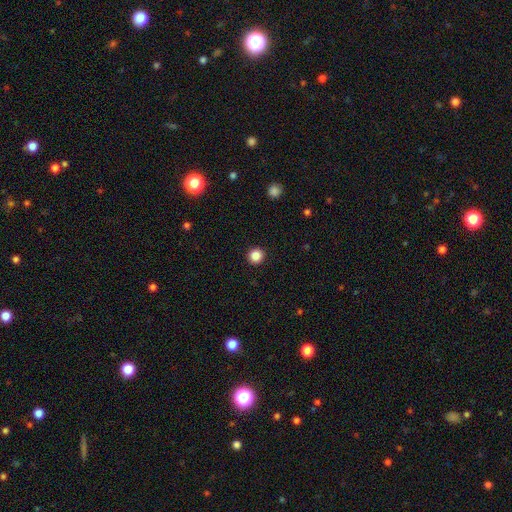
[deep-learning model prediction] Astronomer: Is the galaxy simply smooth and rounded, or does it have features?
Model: smooth — 86%.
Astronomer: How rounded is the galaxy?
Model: round — 95%.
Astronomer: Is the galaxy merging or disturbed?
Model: none — 93%.